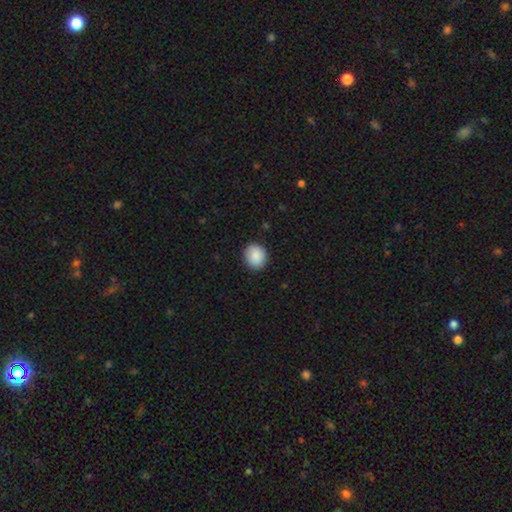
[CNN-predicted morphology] The model was most divided on "how rounded": round: 76%, in between: 23%, cigar-shaped: 1%. More confident: merging — none (90%); smooth or featured — smooth (88%).